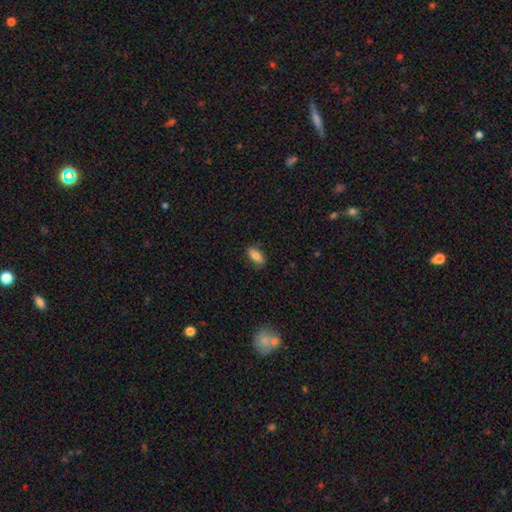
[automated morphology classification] A smooth galaxy with no disk features (79%) that is in between round and cigar-shaped (84%).

Vote fractions:
- Smooth or featured? smooth: 79% / featured or disk: 14% / star or artifact: 7%
- How rounded? in between: 84% / cigar-shaped: 12% / round: 3%
- Merging? none: 80% / minor disturbance: 16% / major disturbance: 3% / merger: 1%